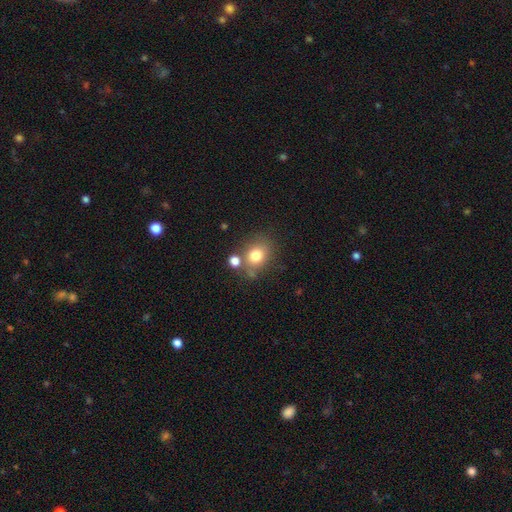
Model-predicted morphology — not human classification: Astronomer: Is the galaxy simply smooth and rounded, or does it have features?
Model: smooth — 77%.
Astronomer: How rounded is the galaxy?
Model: round — 62%.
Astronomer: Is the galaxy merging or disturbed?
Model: none — 63%.